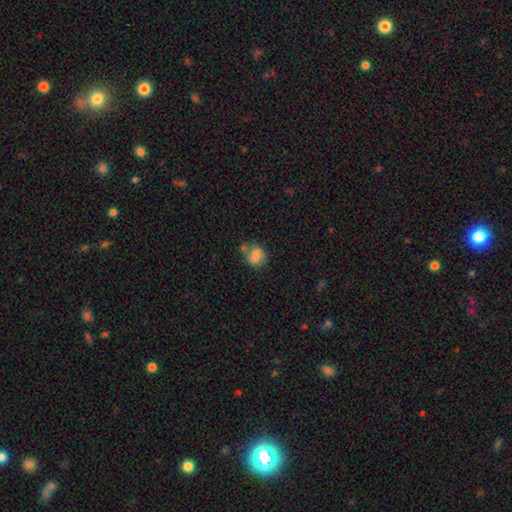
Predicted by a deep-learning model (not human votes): This appears to be a smooth galaxy with no disk features (70%) that is round (65%). Merging: none (53%).